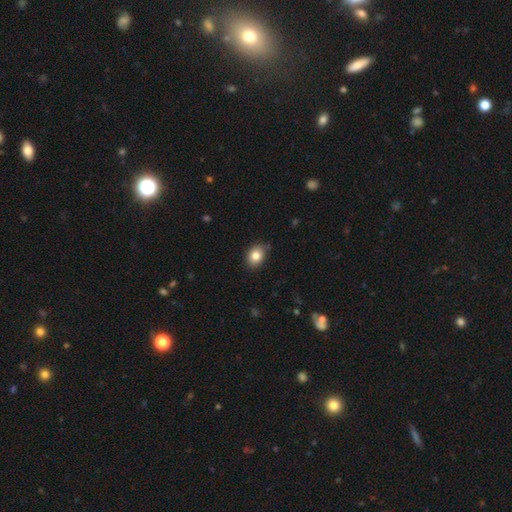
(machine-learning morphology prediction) Smooth or featured? smooth (83%)
How rounded? in between (64%)
Merging? none (83%)